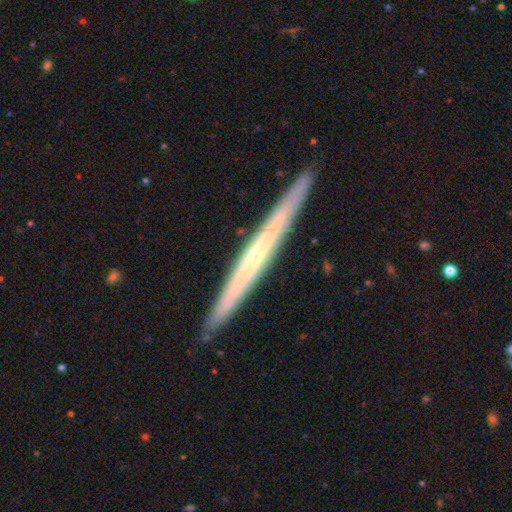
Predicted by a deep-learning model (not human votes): This appears to be a featured or disk galaxy (71%) viewed edge-on (96%) with no central bulge (58%). Merging: none (91%).